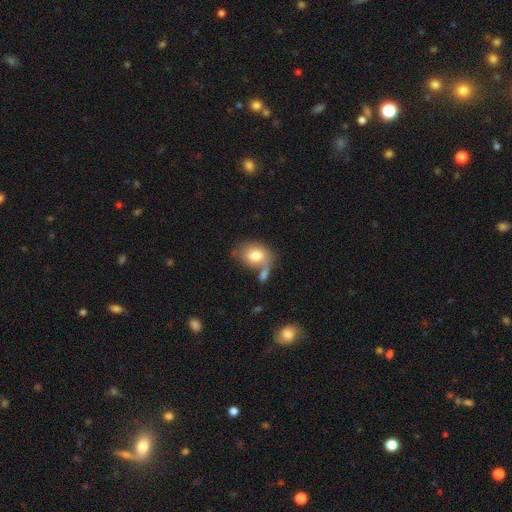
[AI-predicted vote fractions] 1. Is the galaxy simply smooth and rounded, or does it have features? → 76% smooth, 16% featured or disk, 8% star or artifact.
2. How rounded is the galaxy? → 57% in between, 41% round, 1% cigar-shaped.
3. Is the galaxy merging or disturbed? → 44% none, 28% merger, 18% minor disturbance, 10% major disturbance.